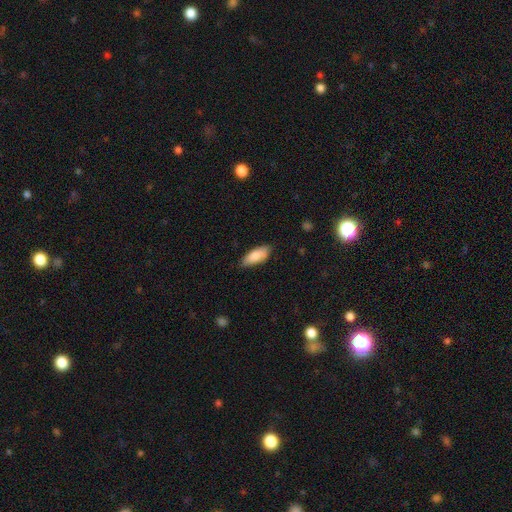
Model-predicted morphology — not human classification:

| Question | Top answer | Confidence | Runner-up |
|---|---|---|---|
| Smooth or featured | smooth | 83% | featured or disk (11%) |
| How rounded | in between | 80% | cigar-shaped (18%) |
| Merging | none | 78% | minor disturbance (18%) |